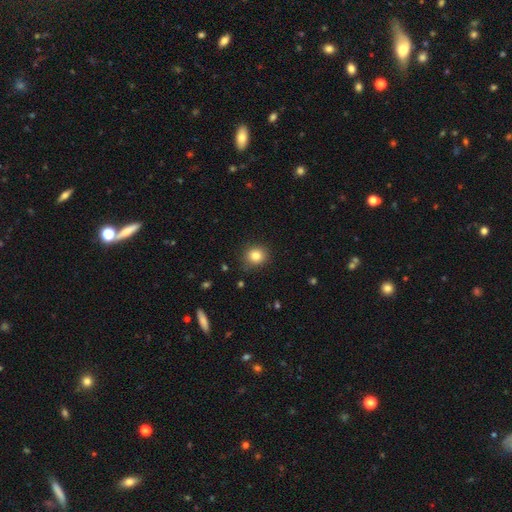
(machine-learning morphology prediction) Smooth or featured: smooth — 82% (star or artifact — 11%)
How rounded: round — 84% (in between — 15%)
Merging: none — 85% (minor disturbance — 11%)